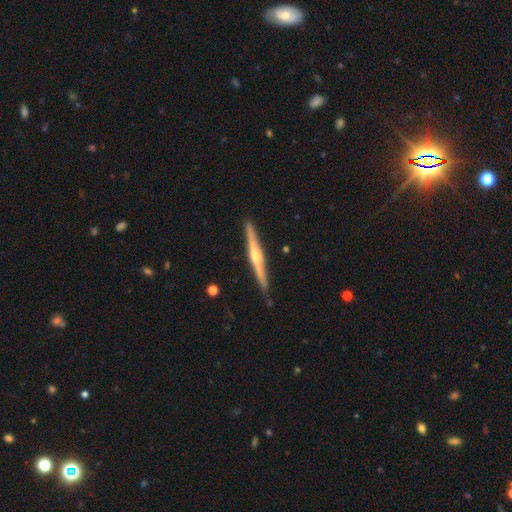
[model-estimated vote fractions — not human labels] Q: Smooth or featured?
A: featured or disk (79%); runner-up: smooth (16%)
Q: Edge-on disk?
A: yes (98%); runner-up: no (2%)
Q: Edge-on bulge?
A: rounded (84%); runner-up: none (9%)
Q: Merging?
A: none (90%); runner-up: minor disturbance (7%)